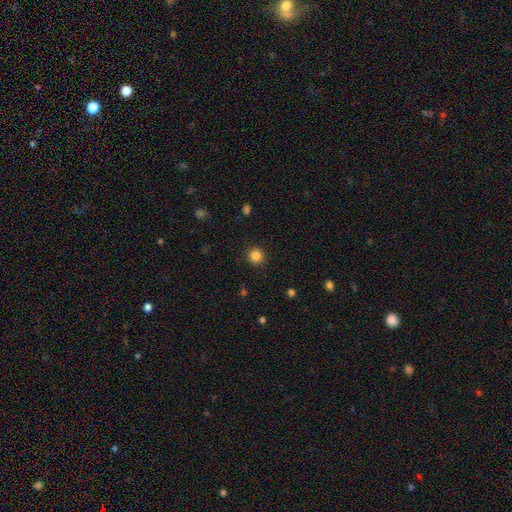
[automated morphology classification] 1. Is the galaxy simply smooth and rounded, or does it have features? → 85% smooth, 11% star or artifact, 4% featured or disk.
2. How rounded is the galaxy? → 93% round, 6% in between, 1% cigar-shaped.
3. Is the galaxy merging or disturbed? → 92% none, 5% minor disturbance, 2% major disturbance, 1% merger.